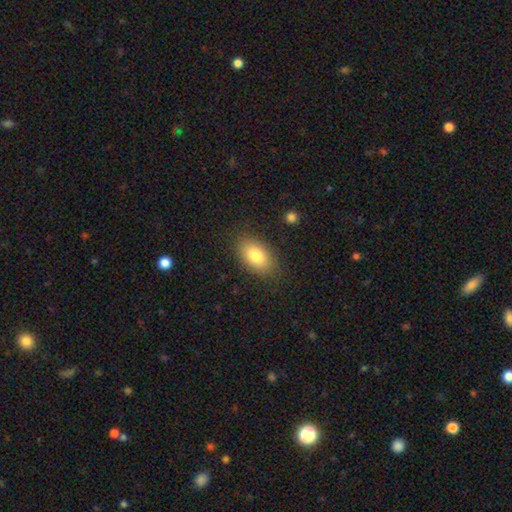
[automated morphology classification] smooth_or_featured: smooth (p=0.80) [alt: featured or disk p=0.12]
how_rounded: in between (p=0.91) [alt: round p=0.07]
merging: none (p=0.83) [alt: minor disturbance p=0.12]